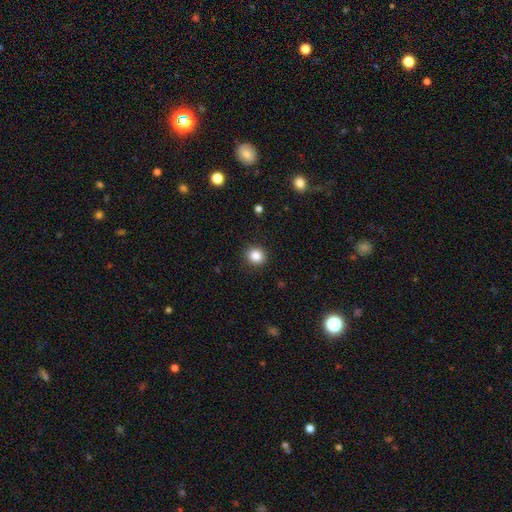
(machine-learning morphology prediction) Smooth or featured? smooth (86%)
How rounded? round (79%)
Merging? none (90%)